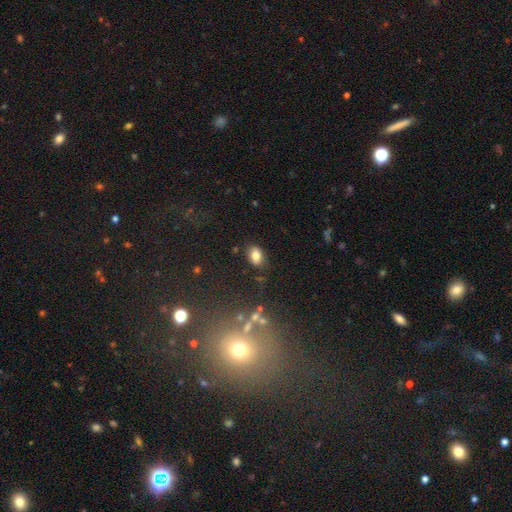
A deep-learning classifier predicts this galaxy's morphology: A smooth galaxy with no disk features (79%) that is in between round and cigar-shaped (86%). Merging: none (82%).